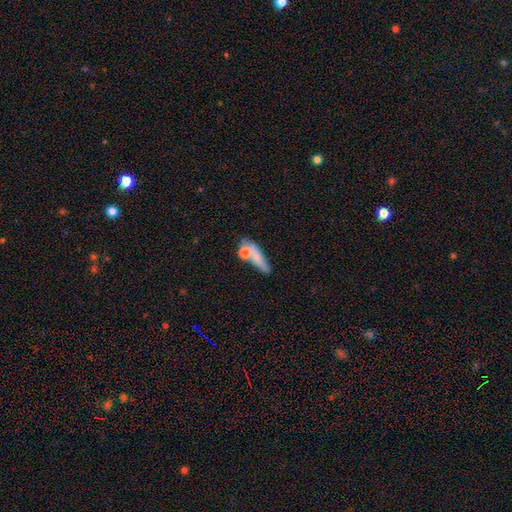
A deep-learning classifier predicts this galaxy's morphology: type=smooth (67%); roundness=cigar-shaped (49%); merging=none (42%).